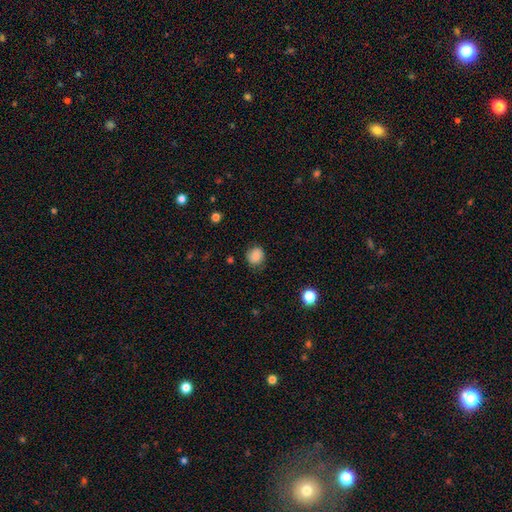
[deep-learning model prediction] Smooth or featured: smooth — 85% (star or artifact — 9%)
How rounded: round — 80% (in between — 19%)
Merging: none — 78% (minor disturbance — 17%)